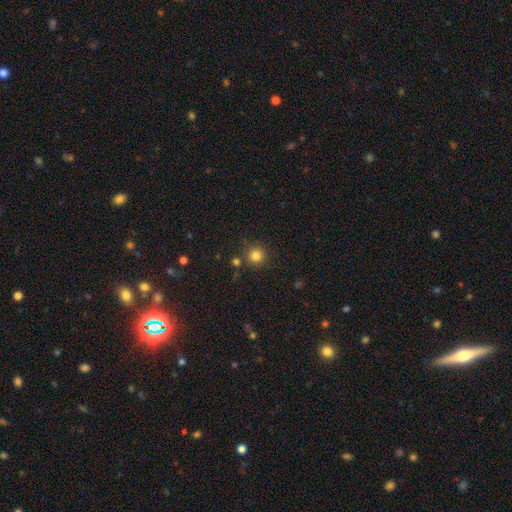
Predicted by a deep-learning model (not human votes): smooth-or-featured: smooth: 82% | star or artifact: 13% | featured or disk: 5%
  how-rounded: round: 95% | in between: 5% | cigar-shaped: 1%
  merging: none: 83% | minor disturbance: 8% | merger: 6% | major disturbance: 3%